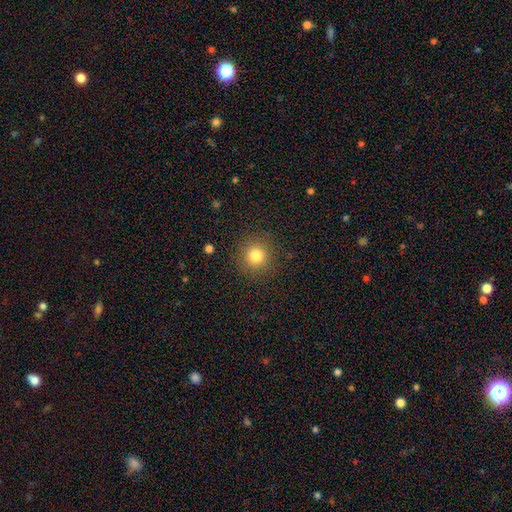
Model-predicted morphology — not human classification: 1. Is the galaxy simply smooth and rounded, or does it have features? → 81% smooth, 13% star or artifact, 6% featured or disk.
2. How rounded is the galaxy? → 94% round, 5% in between, 1% cigar-shaped.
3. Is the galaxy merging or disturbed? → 89% none, 7% minor disturbance, 3% major disturbance, 1% merger.